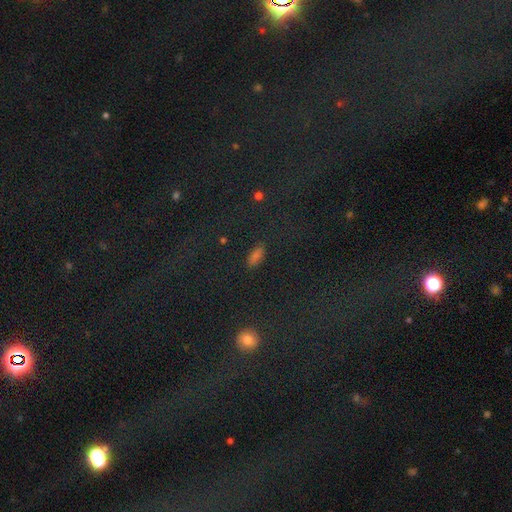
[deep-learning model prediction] Morphology: type=smooth (70%); roundness=in between (80%); merging=none (86%).